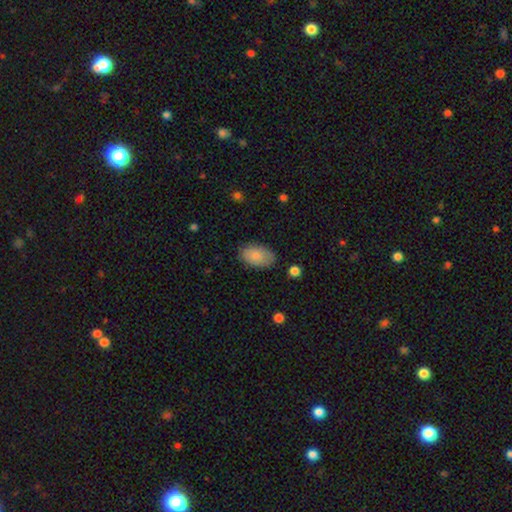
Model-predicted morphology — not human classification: This appears to be a smooth galaxy with no disk features (83%) that is in between round and cigar-shaped (93%). Merging: none (81%).